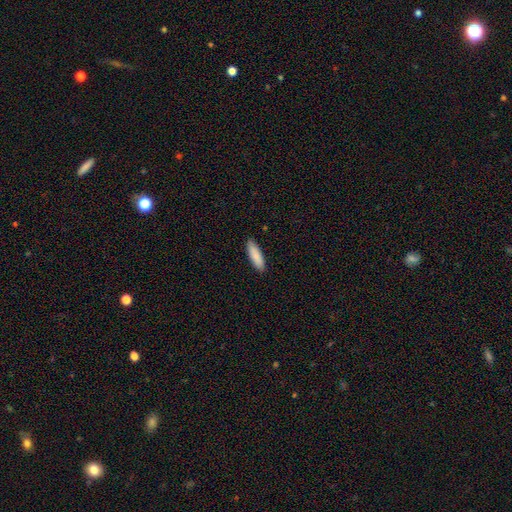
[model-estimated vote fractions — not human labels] smooth 88%, featured or disk 6%, star or artifact 6%. Down the decision tree: how rounded — cigar-shaped (56%); merging — none (90%).